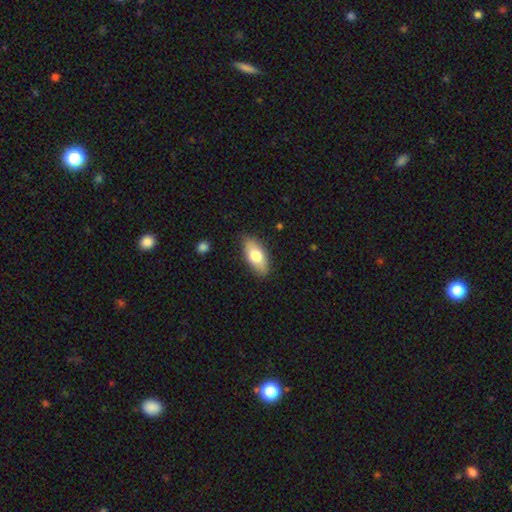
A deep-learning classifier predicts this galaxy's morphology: This appears to be a smooth galaxy with no disk features (73%) that is in between round and cigar-shaped (87%). Merging: none (86%).